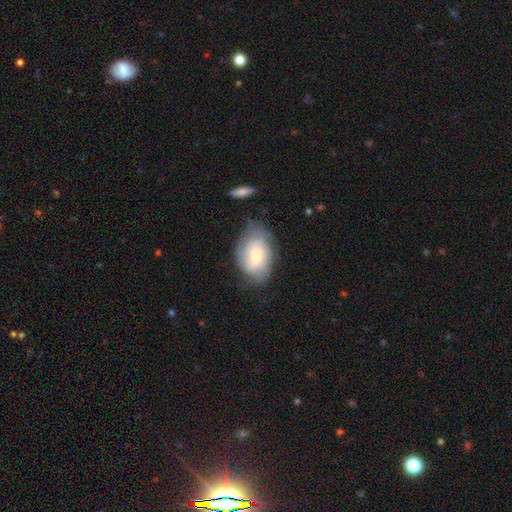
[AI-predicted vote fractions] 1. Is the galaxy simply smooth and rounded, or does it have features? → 53% featured or disk, 40% smooth, 7% star or artifact.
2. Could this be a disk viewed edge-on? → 96% no, 4% yes.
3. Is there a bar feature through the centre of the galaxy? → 61% no, 33% weak, 6% strong.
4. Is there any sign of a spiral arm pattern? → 85% yes, 15% no.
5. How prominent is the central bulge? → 45% small, 37% moderate, 11% large, 6% none, 2% dominant.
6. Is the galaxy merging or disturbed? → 61% none, 26% minor disturbance, 10% major disturbance, 3% merger.